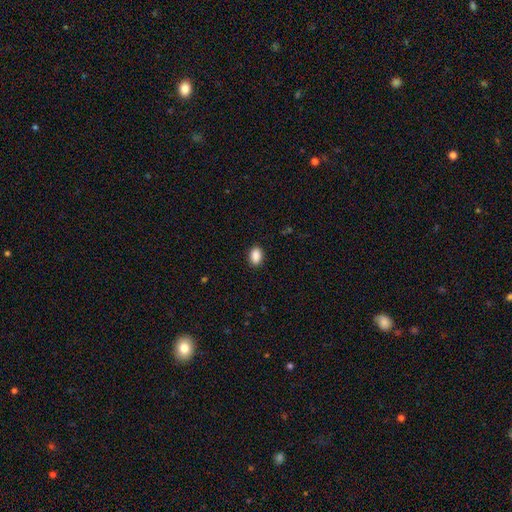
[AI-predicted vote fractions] Overall: smooth (90%). How rounded: in between (86%). Merging: none (89%).